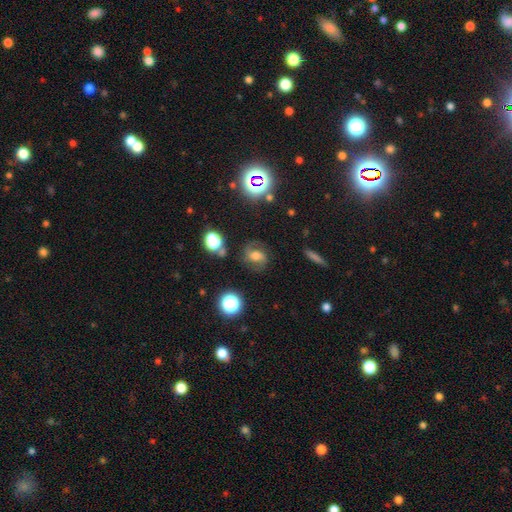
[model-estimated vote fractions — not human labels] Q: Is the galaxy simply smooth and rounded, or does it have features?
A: featured or disk — 63%.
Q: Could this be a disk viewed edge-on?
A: no — 97%.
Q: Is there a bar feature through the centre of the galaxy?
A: weak — 42%.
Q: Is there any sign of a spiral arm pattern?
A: yes — 92%.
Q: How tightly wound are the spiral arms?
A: medium — 54%.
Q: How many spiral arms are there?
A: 2 — 87%.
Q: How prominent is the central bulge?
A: moderate — 56%.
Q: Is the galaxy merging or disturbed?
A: none — 73%.